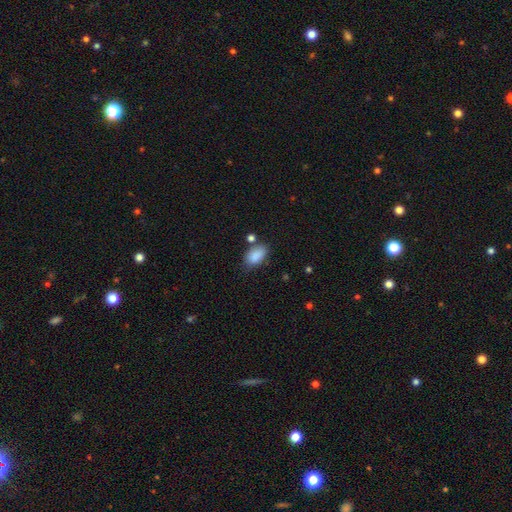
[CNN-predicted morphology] The model was most divided on "merging": none: 68%, minor disturbance: 18%, merger: 9%, major disturbance: 5%. More confident: how rounded — in between (91%); smooth or featured — smooth (88%).